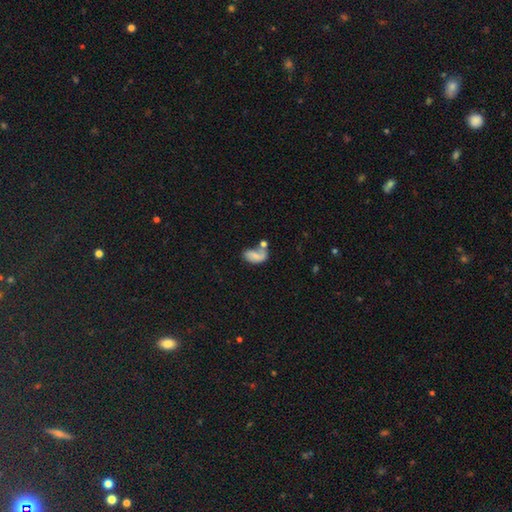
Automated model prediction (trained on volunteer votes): This is likely a smooth galaxy (63%). How rounded: clearly in between (90%). Merging: marginally merger (32%).